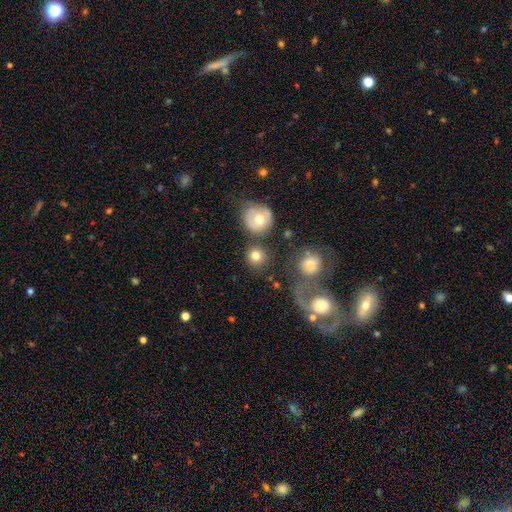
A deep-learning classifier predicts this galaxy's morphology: smooth-or-featured: smooth: 79% | featured or disk: 12% | star or artifact: 9%
  how-rounded: round: 91% | in between: 8% | cigar-shaped: 1%
  merging: none: 74% | merger: 11% | minor disturbance: 10% | major disturbance: 5%